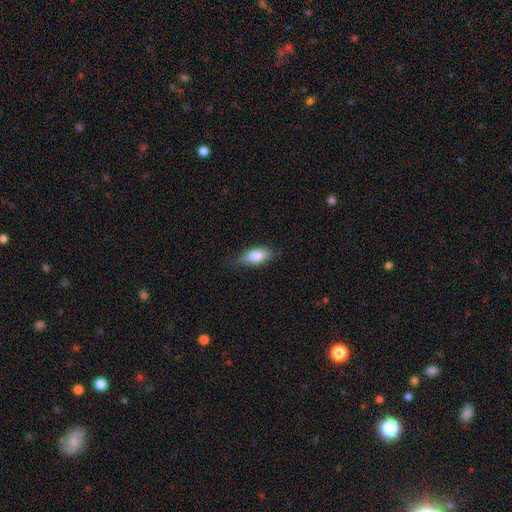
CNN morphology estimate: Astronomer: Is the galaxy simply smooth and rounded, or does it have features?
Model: smooth — 80%.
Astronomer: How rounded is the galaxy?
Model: in between — 82%.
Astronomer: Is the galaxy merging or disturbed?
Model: none — 73%.